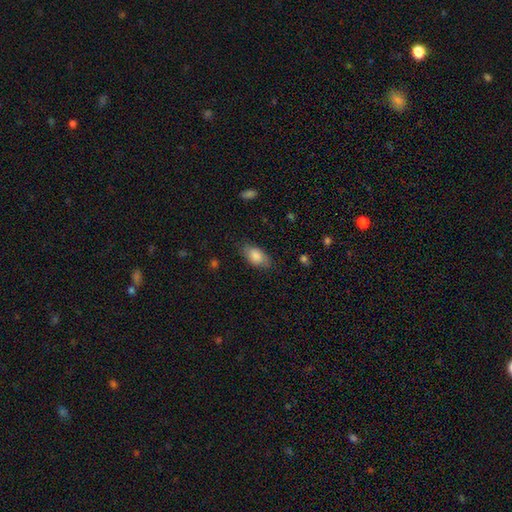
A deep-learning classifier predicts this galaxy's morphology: A smooth galaxy with no disk features (84%) that is in between round and cigar-shaped (91%).

Vote fractions:
- Smooth or featured? smooth: 84% / featured or disk: 10% / star or artifact: 7%
- How rounded? in between: 91% / round: 5% / cigar-shaped: 4%
- Merging? none: 76% / minor disturbance: 18% / major disturbance: 5% / merger: 1%